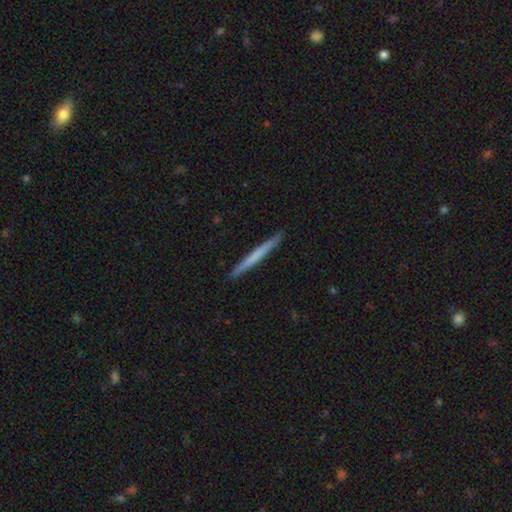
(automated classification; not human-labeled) Overall: smooth (57%; featured or disk 38%). How rounded: cigar-shaped (97%). Merging: none (93%).